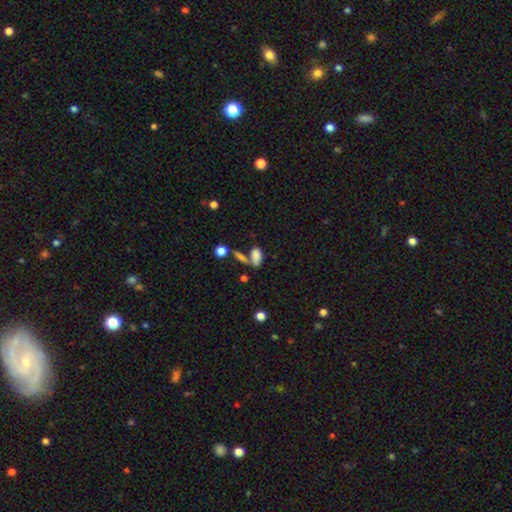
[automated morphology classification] type=smooth (79%); roundness=in between (87%); merging=none (37%, tied with merger).